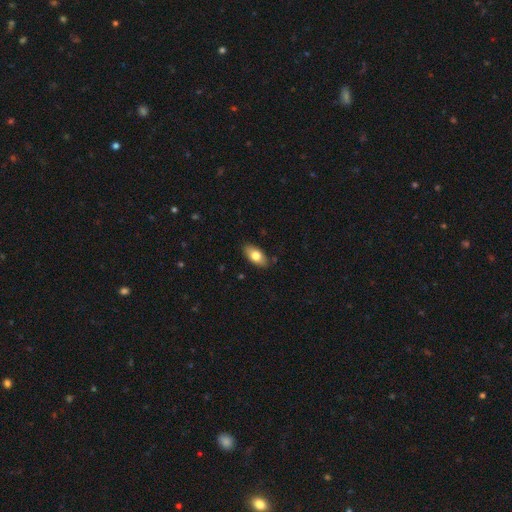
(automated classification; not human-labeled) Smooth or featured: smooth — 76% (featured or disk — 18%)
How rounded: in between — 92% (cigar-shaped — 5%)
Merging: none — 86% (minor disturbance — 11%)